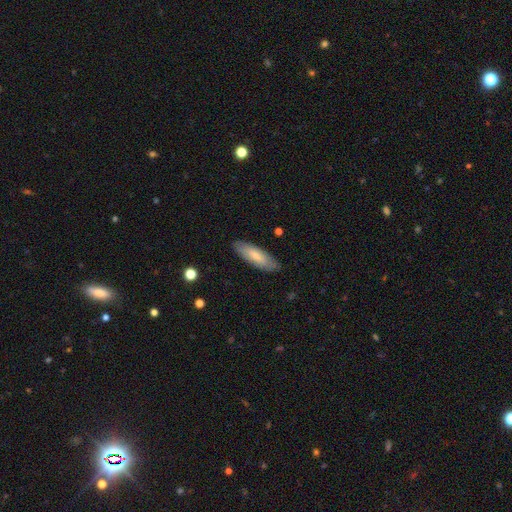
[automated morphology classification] Smooth or featured?
  - smooth: 75% *
  - featured or disk: 19%
  - star or artifact: 5%
How rounded?
  - in between: 54% *
  - cigar-shaped: 44%
  - round: 1%
Merging?
  - none: 85% *
  - minor disturbance: 12%
  - major disturbance: 2%
  - merger: 1%